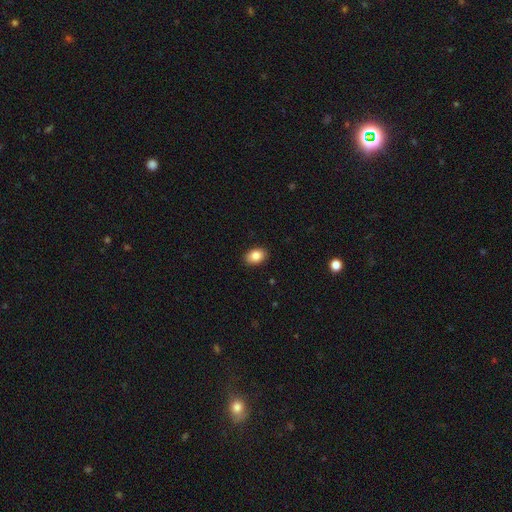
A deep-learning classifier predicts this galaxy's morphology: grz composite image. It shows a smooth galaxy with no disk features (86%) that is in between round and cigar-shaped (82%). Merging: none (90%).